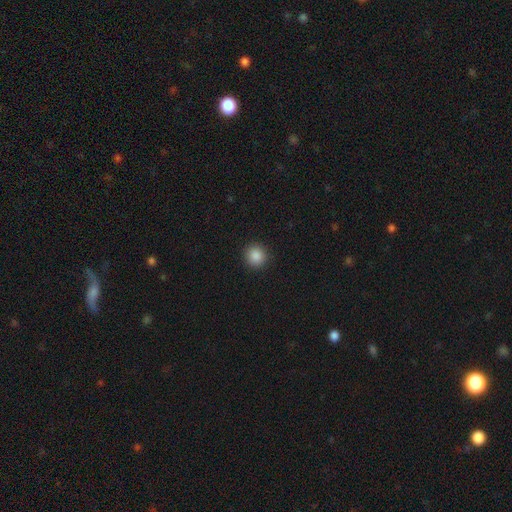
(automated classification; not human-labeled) smooth-or-featured: smooth: 87% | star or artifact: 10% | featured or disk: 3%
  how-rounded: round: 92% | in between: 7% | cigar-shaped: 1%
  merging: none: 92% | minor disturbance: 5% | major disturbance: 2% | merger: 1%